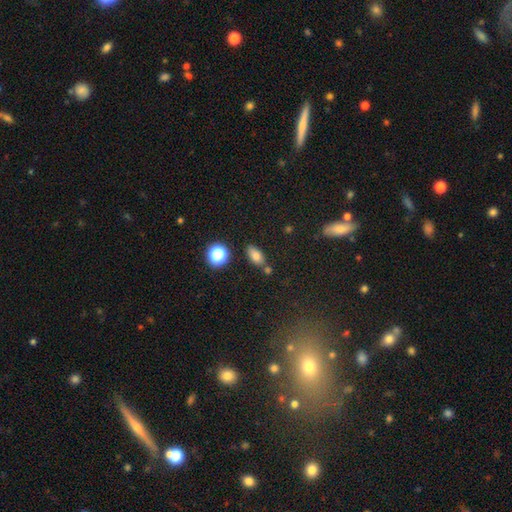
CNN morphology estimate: type=smooth (78%); roundness=in between (83%); merging=none (70%).